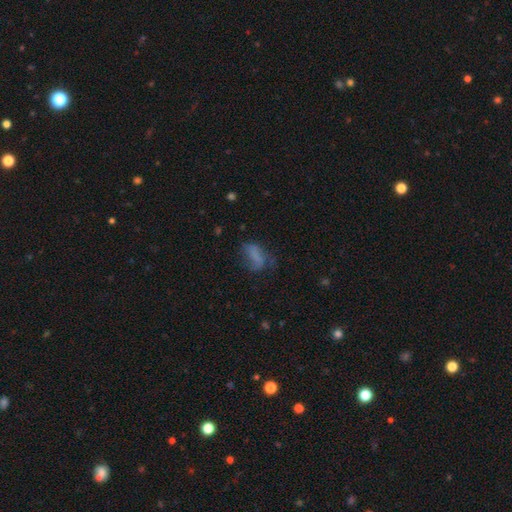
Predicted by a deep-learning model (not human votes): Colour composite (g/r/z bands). It shows a smooth galaxy with no disk features (58%) that is in between round and cigar-shaped (79%). Merging: none (40%).